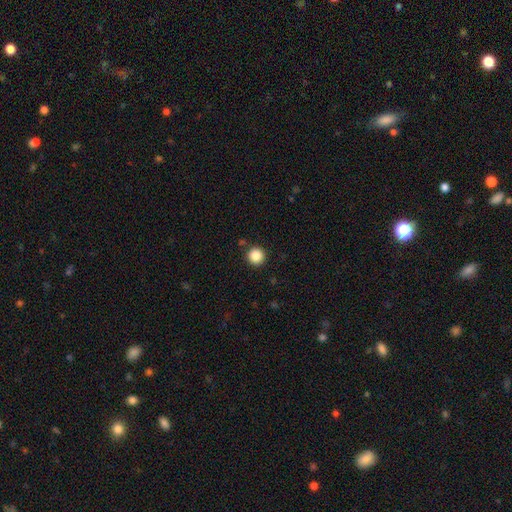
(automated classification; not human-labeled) Q: Smooth or featured?
A: smooth (86%); runner-up: star or artifact (10%)
Q: How rounded?
A: round (96%); runner-up: in between (3%)
Q: Merging?
A: none (91%); runner-up: minor disturbance (5%)